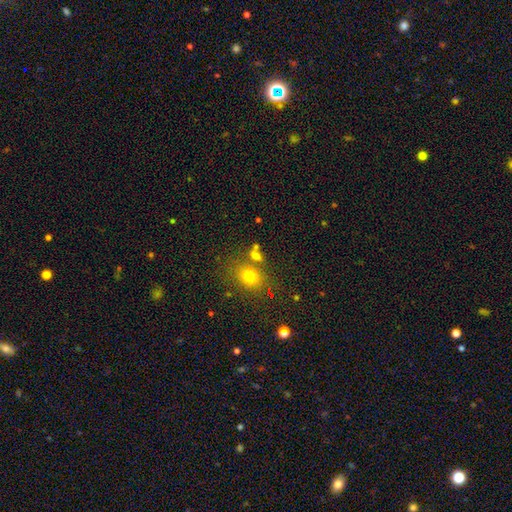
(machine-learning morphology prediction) Smooth or featured?
  - smooth: 70% *
  - star or artifact: 18%
  - featured or disk: 12%
How rounded?
  - in between: 56% *
  - round: 42%
  - cigar-shaped: 2%
Merging?
  - none: 62% *
  - merger: 21%
  - minor disturbance: 12%
  - major disturbance: 5%